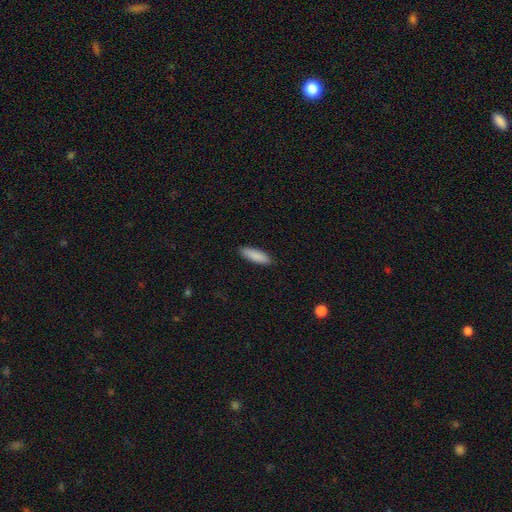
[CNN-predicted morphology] Q: Smooth or featured?
A: smooth (89%); runner-up: star or artifact (5%)
Q: How rounded?
A: cigar-shaped (50%); runner-up: in between (48%)
Q: Merging?
A: none (90%); runner-up: minor disturbance (7%)